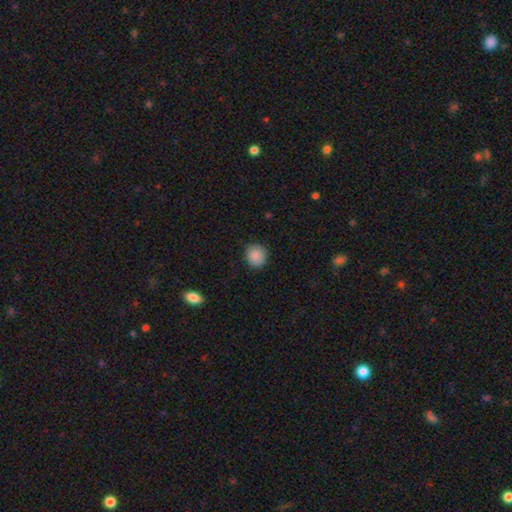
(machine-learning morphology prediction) The model was most divided on "merging": none: 86%, minor disturbance: 11%, major disturbance: 2%, merger: 1%. More confident: how rounded — round (87%); smooth or featured — smooth (87%).